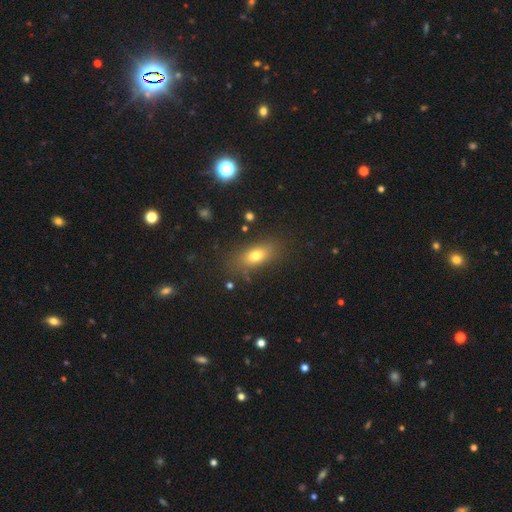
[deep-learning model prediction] Smooth or featured? smooth (74%)
How rounded? in between (79%)
Merging? none (79%)